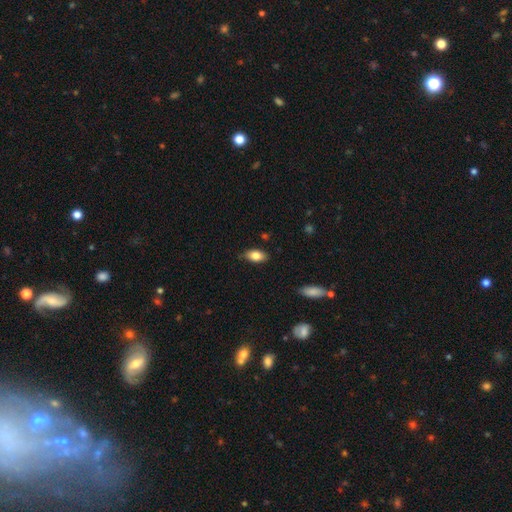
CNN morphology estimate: A smooth galaxy with no disk features (80%) that is in between round and cigar-shaped (89%).

Vote fractions:
- Smooth or featured? smooth: 80% / featured or disk: 12% / star or artifact: 7%
- How rounded? in between: 89% / cigar-shaped: 6% / round: 5%
- Merging? none: 82% / minor disturbance: 15% / major disturbance: 2% / merger: 1%